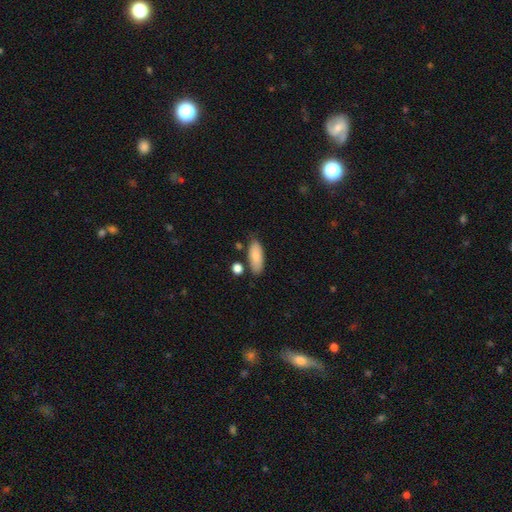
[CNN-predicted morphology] Overall: smooth (85%). How rounded: in between (78%). Merging: none (74%).